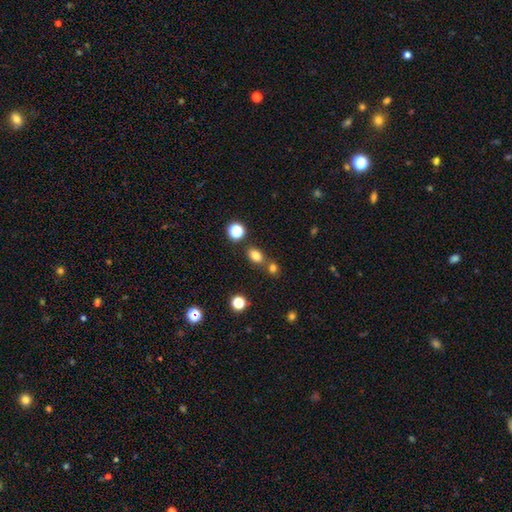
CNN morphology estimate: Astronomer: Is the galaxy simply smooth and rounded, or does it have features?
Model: smooth — 79%.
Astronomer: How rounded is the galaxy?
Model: in between — 72%.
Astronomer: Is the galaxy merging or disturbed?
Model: none — 64%.